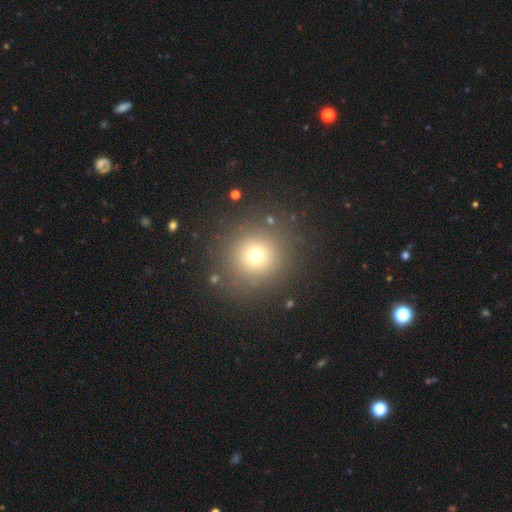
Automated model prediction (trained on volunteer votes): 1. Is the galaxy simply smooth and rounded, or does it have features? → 70% smooth, 19% star or artifact, 11% featured or disk.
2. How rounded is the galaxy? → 94% round, 5% in between, 1% cigar-shaped.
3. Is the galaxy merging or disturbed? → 86% none, 7% minor disturbance, 4% major disturbance, 2% merger.